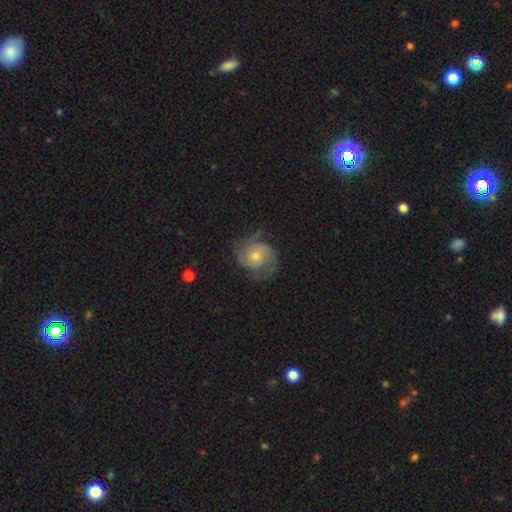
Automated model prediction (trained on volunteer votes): The model was most divided on "bulge size": moderate: 53%, small: 41%, large: 4%, none: 2%, dominant: 1%. More confident: edge-on disk — no (97%); spiral arms — yes (84%); bar — no (73%); merging — none (57%); smooth or featured — featured or disk (56%).